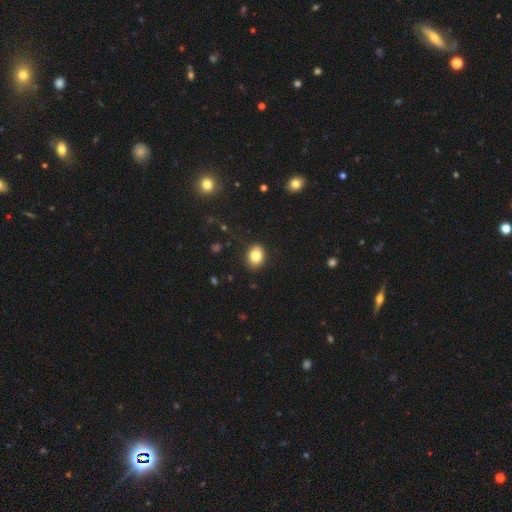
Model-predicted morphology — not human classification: This appears to be a smooth galaxy with no disk features (82%) that is in between round and cigar-shaped (56%). Merging: none (89%).